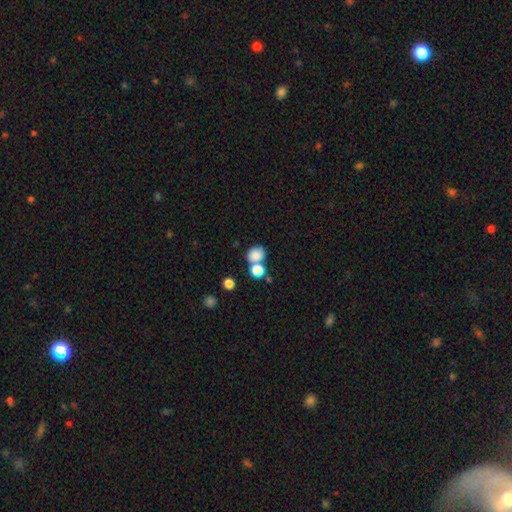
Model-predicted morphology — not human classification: Smooth or featured? smooth (81%)
How rounded? round (68%)
Merging? none (46%)